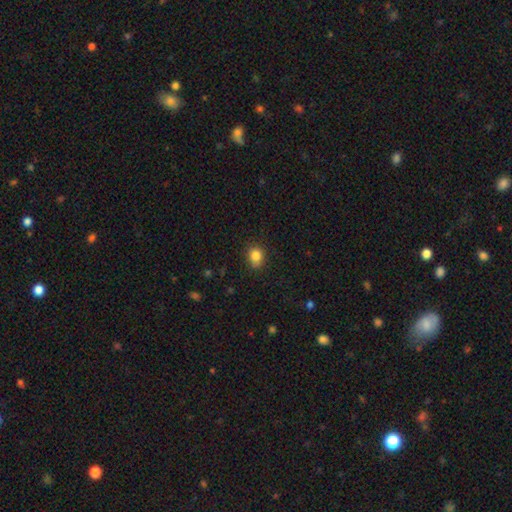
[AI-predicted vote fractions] Smooth or featured?
  - smooth: 84% *
  - star or artifact: 11%
  - featured or disk: 5%
How rounded?
  - round: 63% *
  - in between: 36%
  - cigar-shaped: 1%
Merging?
  - none: 79% *
  - minor disturbance: 17%
  - major disturbance: 3%
  - merger: 1%